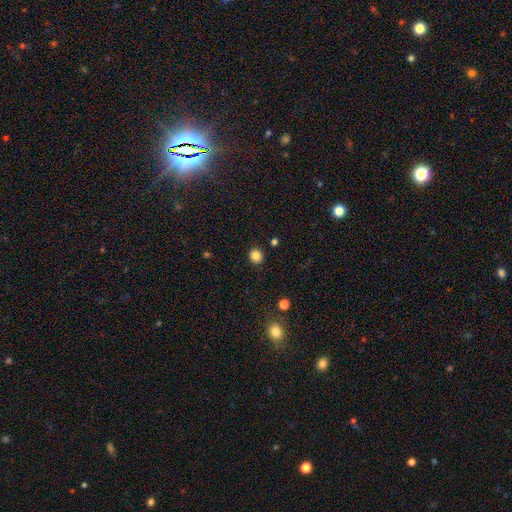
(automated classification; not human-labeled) A smooth galaxy with no disk features (85%) that is round (88%).

Vote fractions:
- Smooth or featured? smooth: 85% / star or artifact: 11% / featured or disk: 4%
- How rounded? round: 88% / in between: 11% / cigar-shaped: 1%
- Merging? none: 91% / minor disturbance: 6% / major disturbance: 2% / merger: 2%